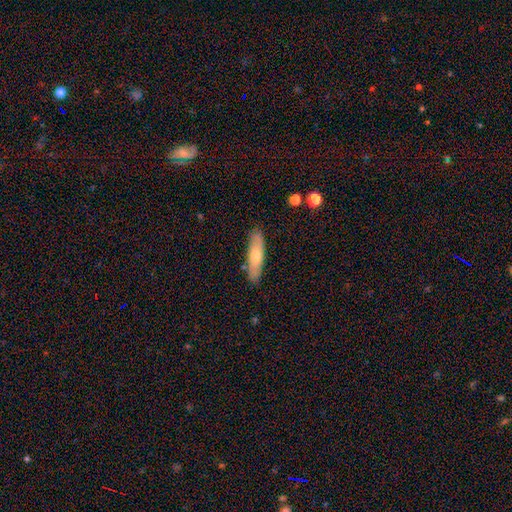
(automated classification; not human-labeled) Q: Smooth or featured?
A: smooth (61%); runner-up: featured or disk (33%)
Q: How rounded?
A: cigar-shaped (70%); runner-up: in between (28%)
Q: Merging?
A: none (87%); runner-up: minor disturbance (10%)